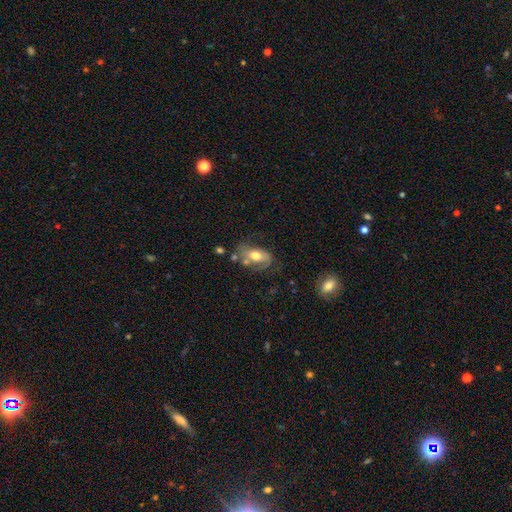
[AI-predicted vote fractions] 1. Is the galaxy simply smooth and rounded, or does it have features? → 49% smooth, 44% featured or disk, 7% star or artifact.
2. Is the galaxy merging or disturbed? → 44% none, 26% minor disturbance, 18% major disturbance, 12% merger.